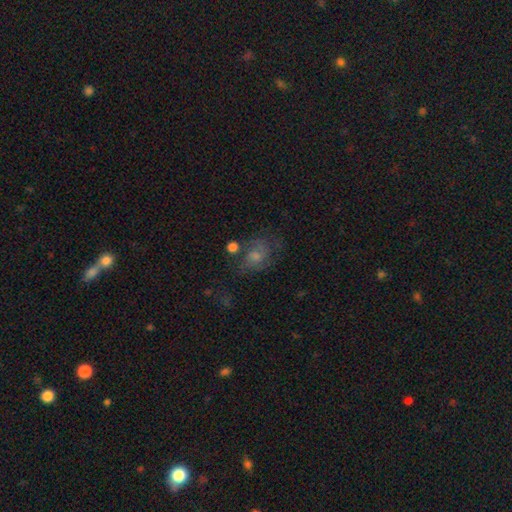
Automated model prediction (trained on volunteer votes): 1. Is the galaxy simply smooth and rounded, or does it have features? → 45% featured or disk, 34% smooth, 21% star or artifact.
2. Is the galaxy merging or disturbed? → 52% none, 20% minor disturbance, 19% major disturbance, 8% merger.